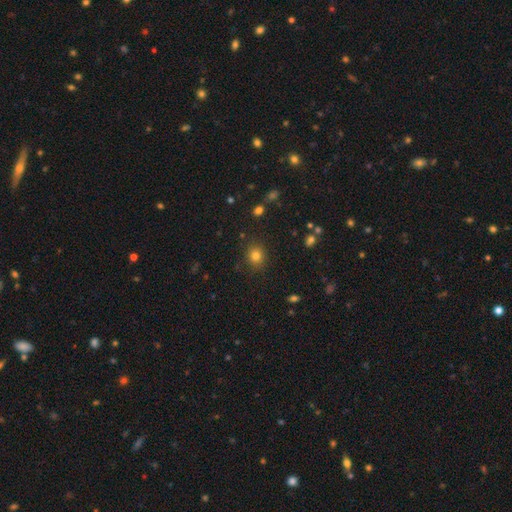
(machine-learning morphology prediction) smooth 80%, star or artifact 14%, featured or disk 6%. Down the decision tree: how rounded — round (79%); merging — none (87%).